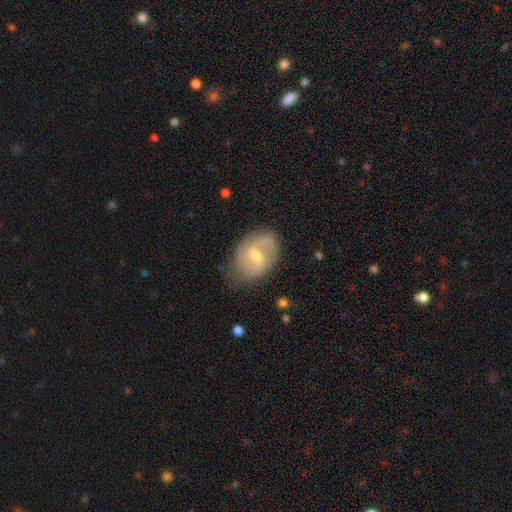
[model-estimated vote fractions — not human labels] This appears to be a featured or disk galaxy (71%) with a weak bar (57%), 2 (64%) medium (42%) spiral arms (86%) and a moderate central bulge (53%). Merging: none (64%).